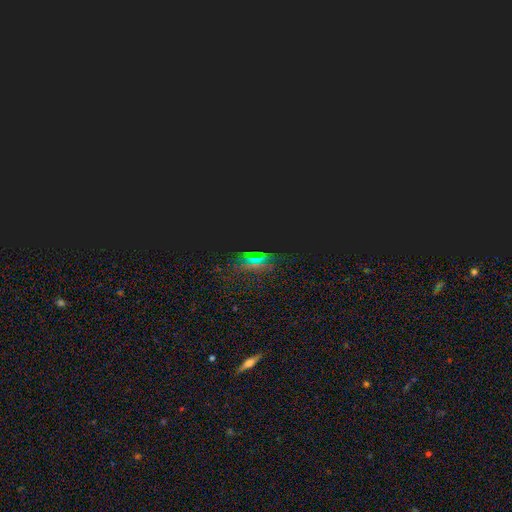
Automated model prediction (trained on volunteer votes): This appears to be a star or artifact, not a galaxy (70%).